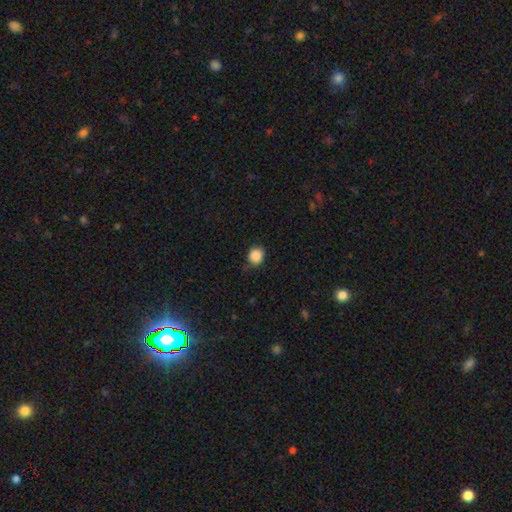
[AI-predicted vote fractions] Morphology: type=smooth (87%); roundness=round (83%); merging=none (79%).